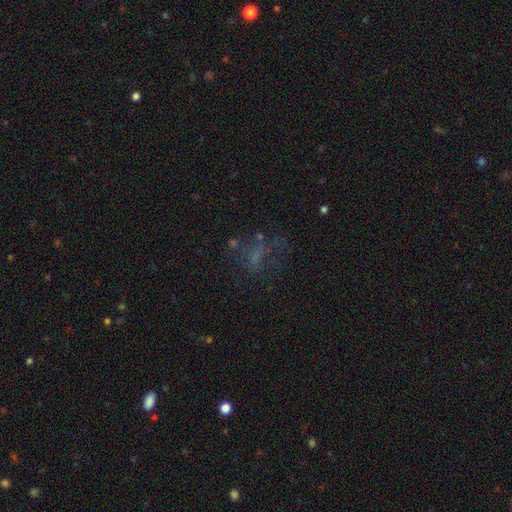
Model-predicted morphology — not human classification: smooth_or_featured: smooth (p=0.39) [alt: featured or disk p=0.31]
merging: none (p=0.43) [alt: major disturbance p=0.33]